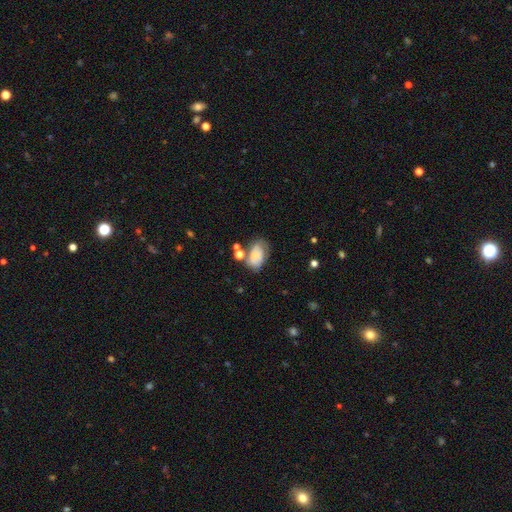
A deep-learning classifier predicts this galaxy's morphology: A smooth galaxy with no disk features (62%) that is in between round and cigar-shaped (87%). Merging: none (47%).